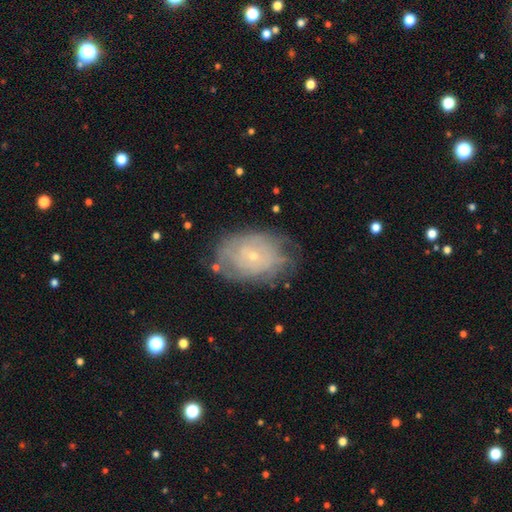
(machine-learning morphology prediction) Overall: featured or disk (61%; smooth 27%). Edge-on disk: no (95%). Bar: no (81%). Spiral arms: yes (73%). Bulge size: small (81%). Merging: none (75%).